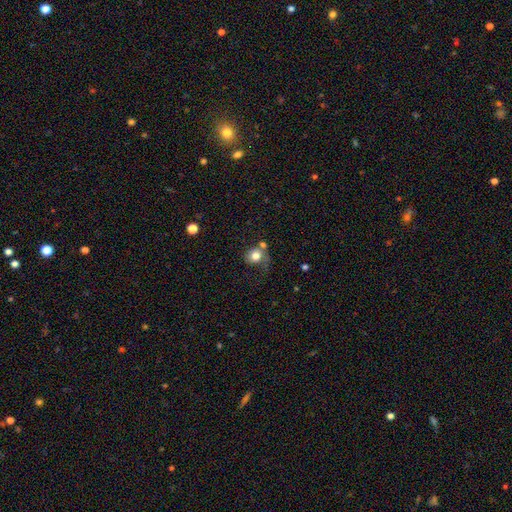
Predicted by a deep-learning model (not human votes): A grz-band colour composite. It shows a smooth galaxy with no disk features (77%) that is round (73%). Merging: none (41%).